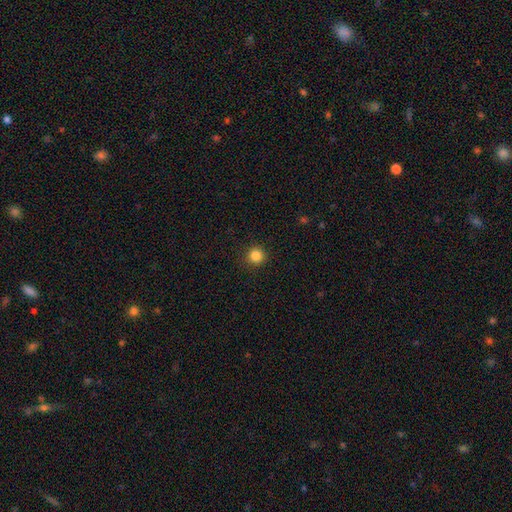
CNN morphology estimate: Smooth or featured? smooth (85%)
How rounded? round (95%)
Merging? none (92%)